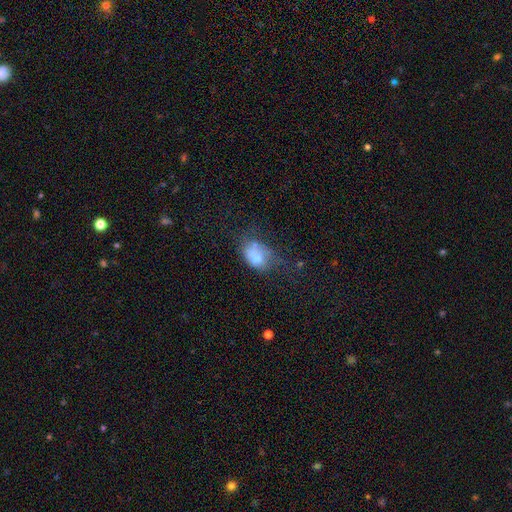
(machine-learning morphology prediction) type=smooth (68%); roundness=in between (76%); merging=major disturbance (34%).